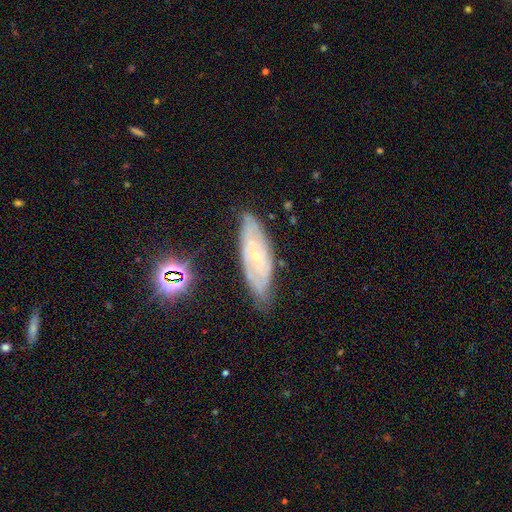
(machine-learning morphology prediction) smooth_or_featured: featured or disk (p=0.70) [alt: smooth p=0.21]
disk_edge_on: no (p=0.82) [alt: yes p=0.18]
bar: no (p=0.74) [alt: weak p=0.20]
has_spiral_arms: yes (p=0.78) [alt: no p=0.22]
bulge_size: small (p=0.78) [alt: moderate p=0.18]
merging: none (p=0.72) [alt: minor disturbance p=0.21]